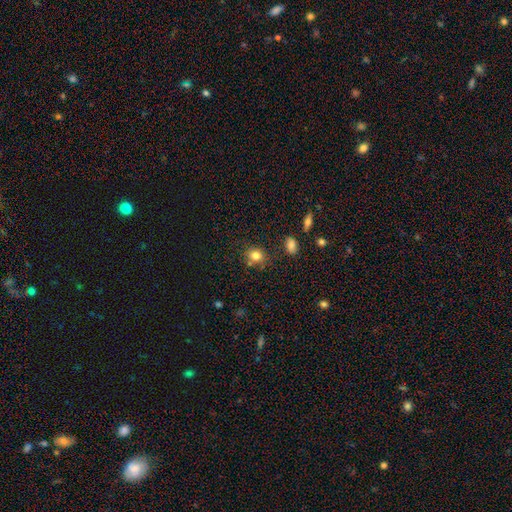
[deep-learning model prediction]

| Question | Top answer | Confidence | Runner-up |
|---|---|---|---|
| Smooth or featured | smooth | 81% | star or artifact (12%) |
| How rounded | round | 66% | in between (33%) |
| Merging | none | 74% | minor disturbance (14%) |